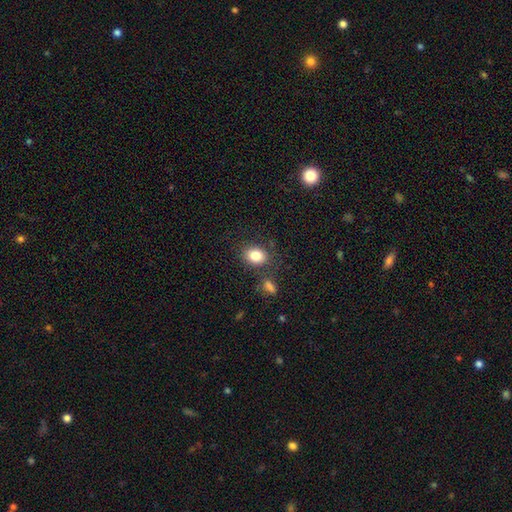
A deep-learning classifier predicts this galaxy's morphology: A smooth galaxy with no disk features (82%) that is in between round and cigar-shaped (57%).

Vote fractions:
- Smooth or featured? smooth: 82% / star or artifact: 10% / featured or disk: 8%
- How rounded? in between: 57% / round: 42% / cigar-shaped: 1%
- Merging? none: 76% / minor disturbance: 12% / merger: 8% / major disturbance: 4%